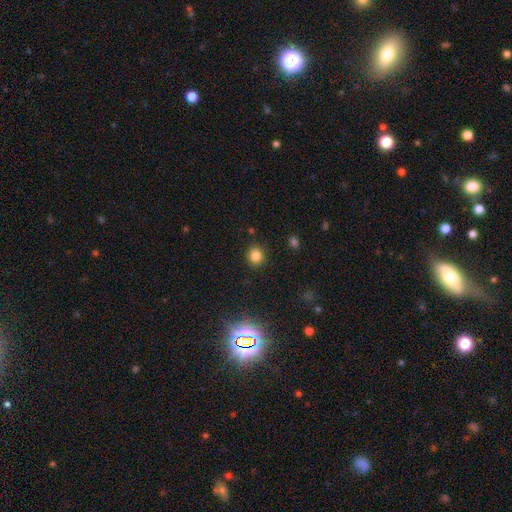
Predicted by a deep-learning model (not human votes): smooth-or-featured: smooth: 82% | star or artifact: 13% | featured or disk: 5%
  how-rounded: round: 84% | in between: 15% | cigar-shaped: 1%
  merging: none: 89% | minor disturbance: 7% | major disturbance: 3% | merger: 2%